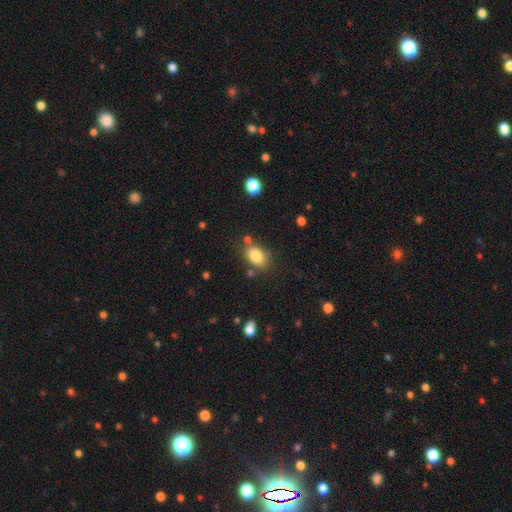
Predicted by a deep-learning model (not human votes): Smooth or featured?
  - smooth: 82% *
  - star or artifact: 9%
  - featured or disk: 8%
How rounded?
  - in between: 80% *
  - round: 19%
  - cigar-shaped: 2%
Merging?
  - none: 73% *
  - minor disturbance: 15%
  - merger: 8%
  - major disturbance: 4%